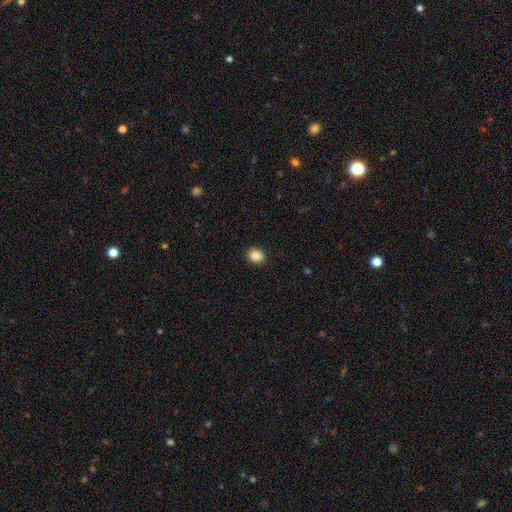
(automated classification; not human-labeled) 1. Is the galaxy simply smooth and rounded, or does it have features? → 86% smooth, 10% star or artifact, 5% featured or disk.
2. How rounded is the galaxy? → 61% round, 38% in between, 1% cigar-shaped.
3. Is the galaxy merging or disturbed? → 91% none, 7% minor disturbance, 2% major disturbance, 1% merger.